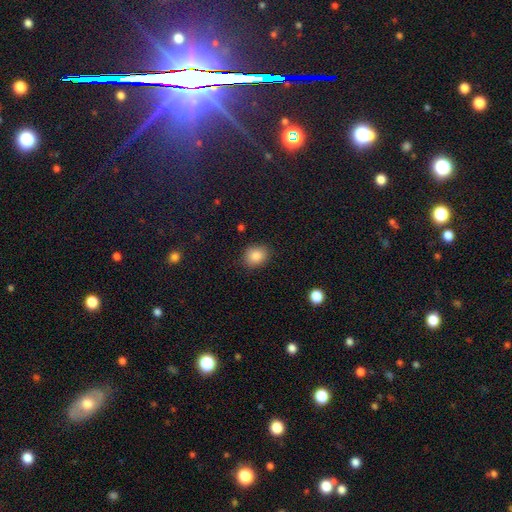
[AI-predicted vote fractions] Morphology: type=smooth (86%); roundness=round (54%); merging=none (85%).